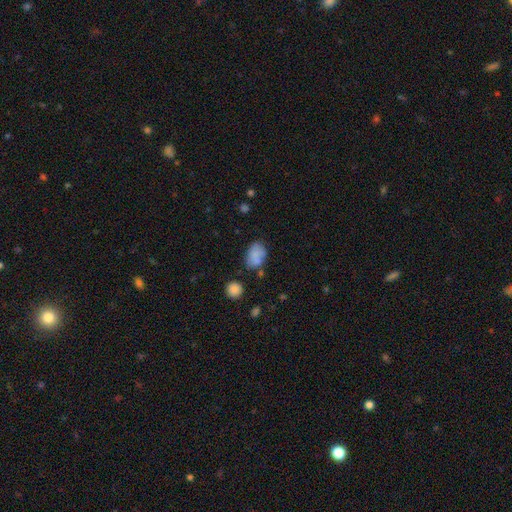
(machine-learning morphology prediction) Overall: smooth (78%). How rounded: in between (80%). Merging: none (53%; minor disturbance 24%).